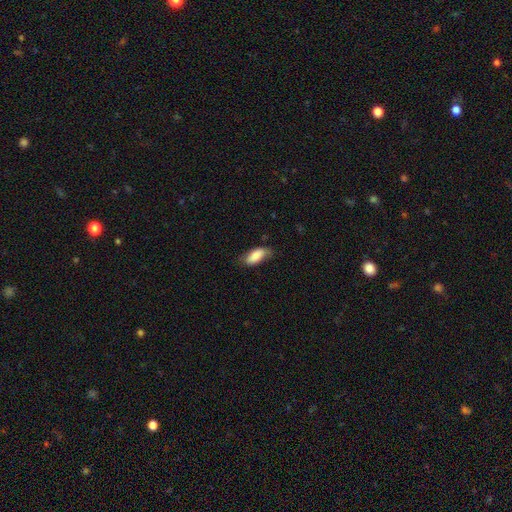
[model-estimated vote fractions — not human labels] A smooth galaxy with no disk features (82%) that is in between round and cigar-shaped (87%).

Vote fractions:
- Smooth or featured? smooth: 82% / featured or disk: 12% / star or artifact: 6%
- How rounded? in between: 87% / cigar-shaped: 11% / round: 2%
- Merging? none: 64% / minor disturbance: 28% / major disturbance: 7% / merger: 1%